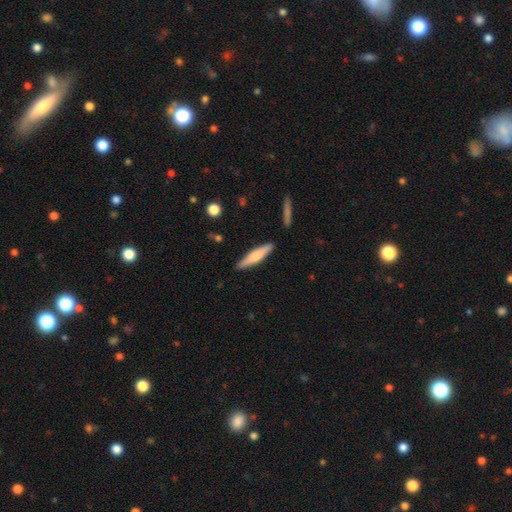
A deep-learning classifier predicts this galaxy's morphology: This appears to be a smooth galaxy with no disk features (61%) that is cigar-shaped (86%). Merging: none (88%).